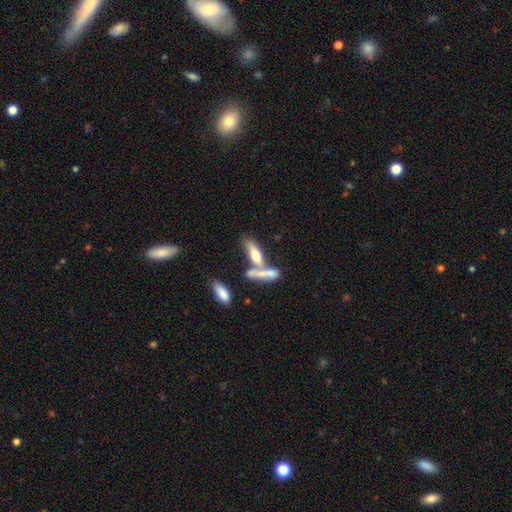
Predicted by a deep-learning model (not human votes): Smooth or featured? Predicted: smooth (p=0.59). How rounded? Predicted: cigar-shaped (p=0.53). Merging? Predicted: merger (p=0.47).